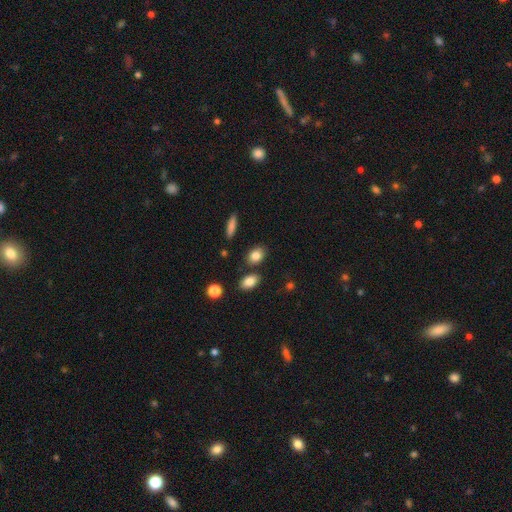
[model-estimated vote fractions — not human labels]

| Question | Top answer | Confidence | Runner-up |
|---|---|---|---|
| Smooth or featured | smooth | 83% | star or artifact (9%) |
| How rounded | in between | 73% | round (25%) |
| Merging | none | 80% | minor disturbance (10%) |